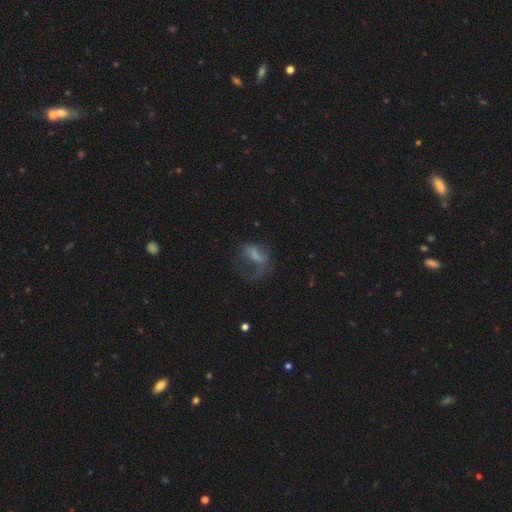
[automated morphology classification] Q: Smooth or featured?
A: smooth (46%); runner-up: featured or disk (38%)
Q: Merging?
A: major disturbance (56%); runner-up: none (23%)